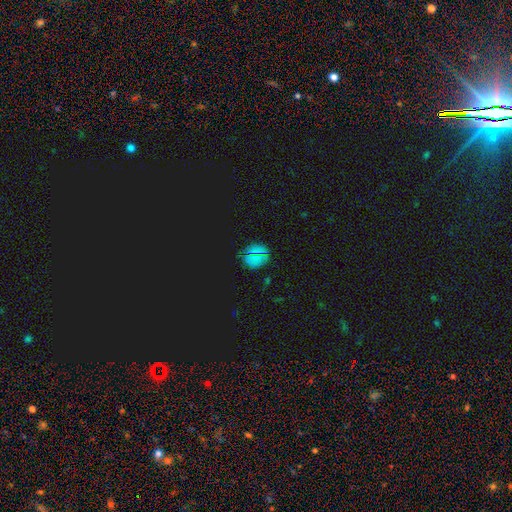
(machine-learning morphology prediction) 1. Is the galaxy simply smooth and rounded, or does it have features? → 46% smooth, 43% star or artifact, 12% featured or disk.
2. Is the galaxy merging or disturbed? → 73% none, 16% minor disturbance, 6% major disturbance, 4% merger.